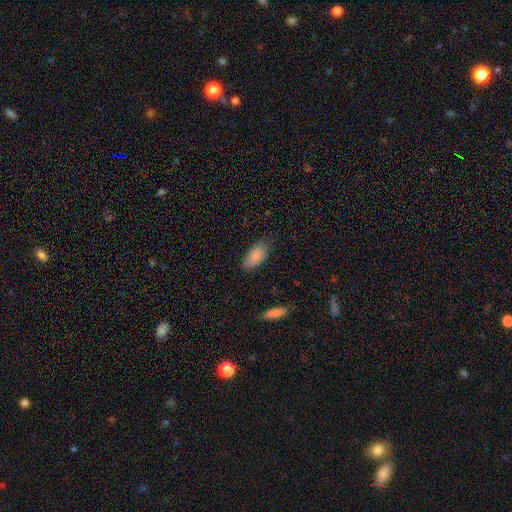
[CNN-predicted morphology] Smooth or featured? Predicted: smooth (p=0.87). How rounded? Predicted: in between (p=0.92). Merging? Predicted: none (p=0.75).